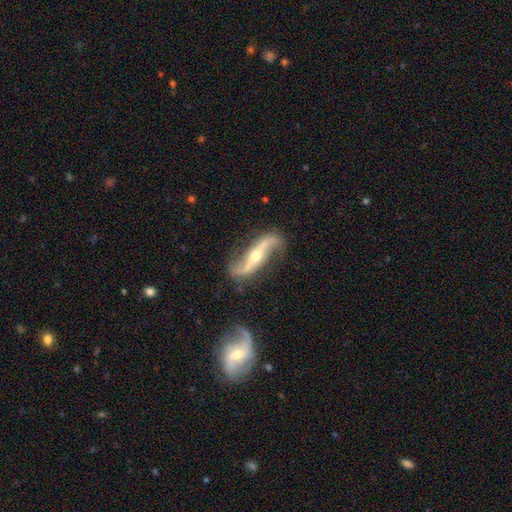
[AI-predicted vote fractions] Smooth or featured? Predicted: featured or disk (p=0.89). Edge-on disk? Predicted: no (p=0.85). Bar? Predicted: strong (p=0.45). Spiral arms? Predicted: yes (p=0.95). Spiral winding? Predicted: loose (p=0.84). Spiral arm count? Predicted: 2 (p=0.93). Bulge size? Predicted: moderate (p=0.56). Merging? Predicted: none (p=0.75).